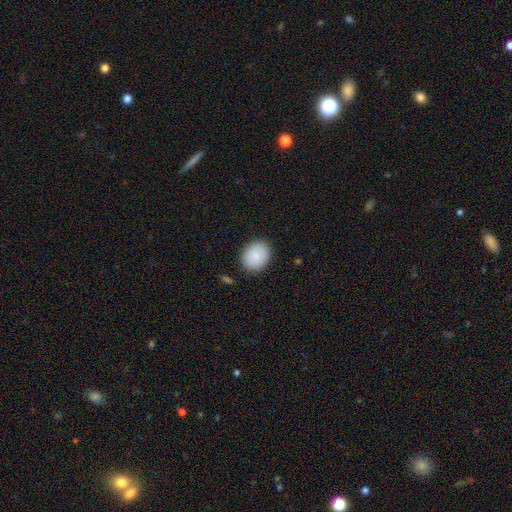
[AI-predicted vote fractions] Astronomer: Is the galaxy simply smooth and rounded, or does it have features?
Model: smooth — 88%.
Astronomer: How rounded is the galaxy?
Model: round — 51% (runner-up: in between, 48%).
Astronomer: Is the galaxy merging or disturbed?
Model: none — 88%.